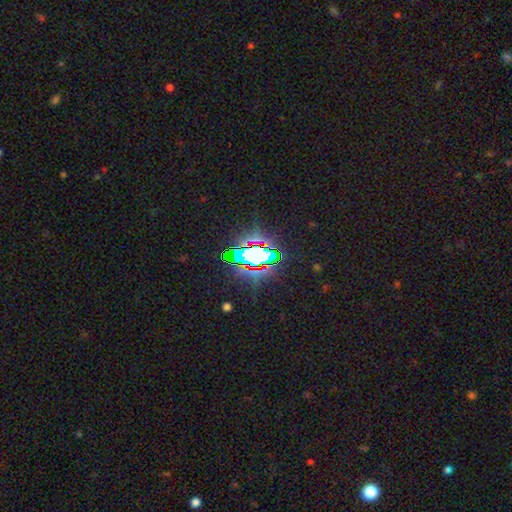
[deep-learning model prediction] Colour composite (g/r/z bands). It shows a star or artifact, not a galaxy (70%).